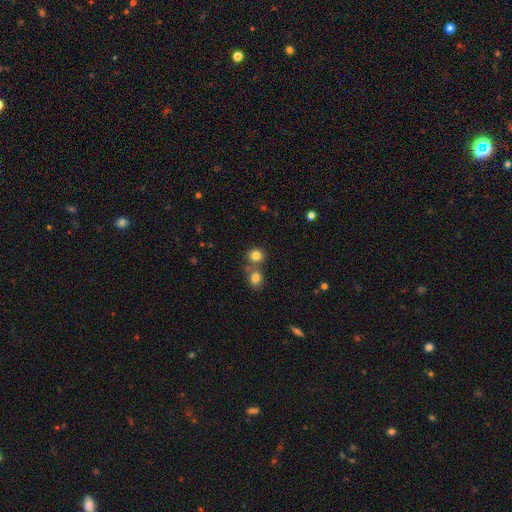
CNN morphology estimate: Smooth or featured?
  - smooth: 81% *
  - star or artifact: 12%
  - featured or disk: 7%
How rounded?
  - round: 86% *
  - in between: 13%
  - cigar-shaped: 1%
Merging?
  - none: 58% *
  - merger: 32%
  - minor disturbance: 7%
  - major disturbance: 3%